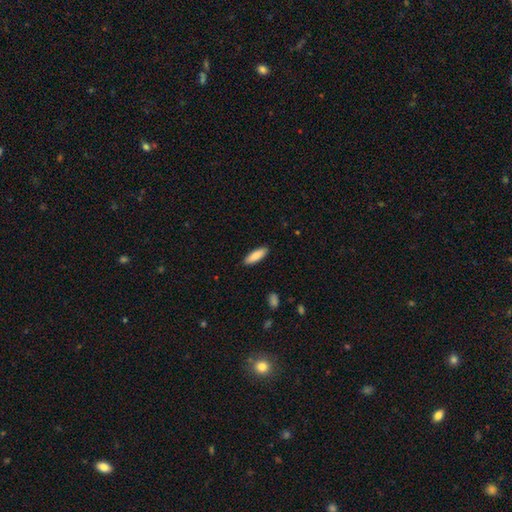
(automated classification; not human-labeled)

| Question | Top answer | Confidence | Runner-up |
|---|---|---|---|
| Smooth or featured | smooth | 85% | featured or disk (10%) |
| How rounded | in between | 60% | cigar-shaped (39%) |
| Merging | none | 89% | minor disturbance (8%) |